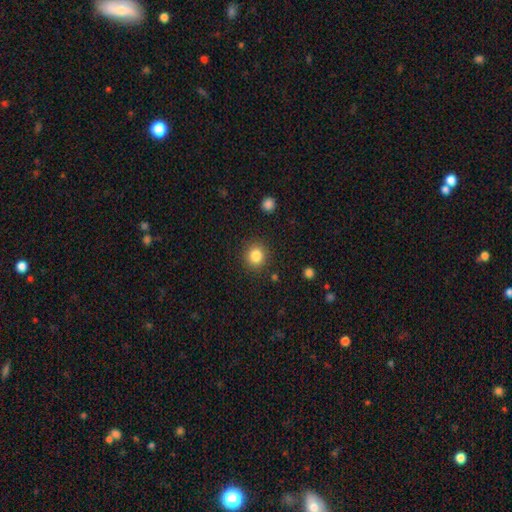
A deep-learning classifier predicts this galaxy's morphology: smooth_or_featured: smooth (p=0.84) [alt: star or artifact p=0.11]
how_rounded: round (p=0.87) [alt: in between p=0.12]
merging: none (p=0.88) [alt: minor disturbance p=0.07]